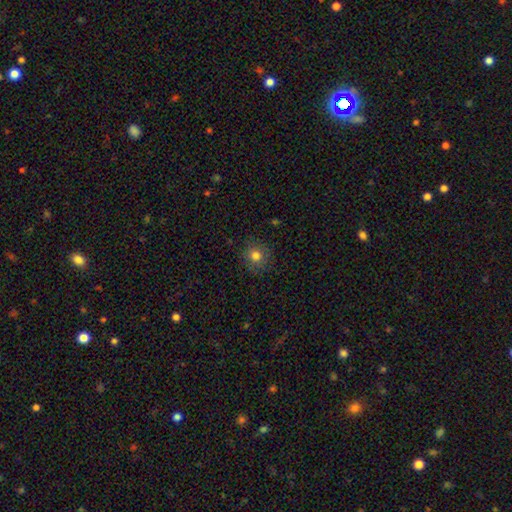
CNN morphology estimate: A smooth galaxy with no disk features (79%) that is round (90%).

Vote fractions:
- Smooth or featured? smooth: 79% / star or artifact: 14% / featured or disk: 7%
- How rounded? round: 90% / in between: 9% / cigar-shaped: 1%
- Merging? none: 88% / minor disturbance: 8% / major disturbance: 2% / merger: 1%